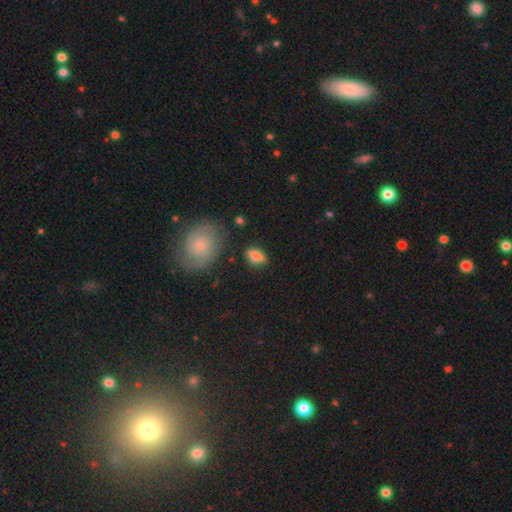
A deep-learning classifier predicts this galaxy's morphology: Smooth or featured? smooth (77%)
How rounded? in between (81%)
Merging? none (68%)